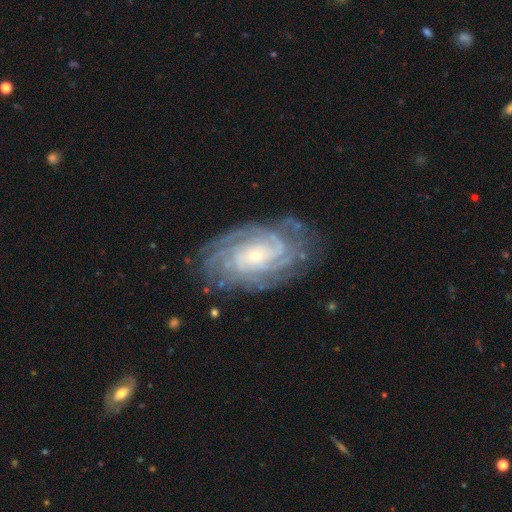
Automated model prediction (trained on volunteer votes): smooth-or-featured: featured or disk: 89% | star or artifact: 6% | smooth: 5%
  disk-edge-on: no: 96% | yes: 4%
    bar: no: 71% | weak: 22% | strong: 7%
    has-spiral-arms: yes: 98% | no: 2%
      spiral-winding: tight: 77% | medium: 20% | loose: 3%
      spiral-arm-count: 4: 27% | can't tell: 23% | more than 4: 19% | 3: 14% | 2: 10% | 1: 7%
    bulge-size: small: 79% | moderate: 17% | large: 2% | none: 2% | dominant: 1%
  merging: none: 78% | minor disturbance: 15% | major disturbance: 5% | merger: 1%